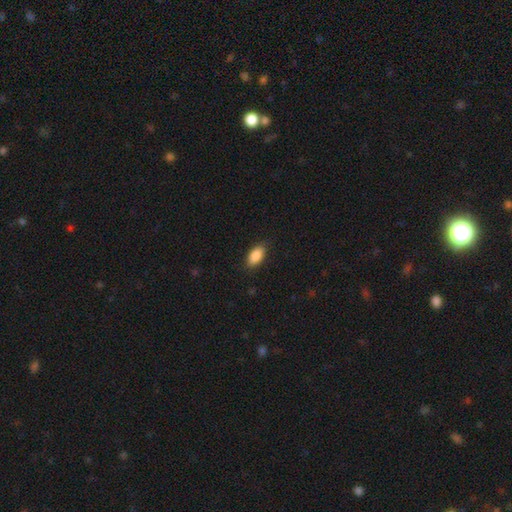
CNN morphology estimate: This appears to be a smooth galaxy with no disk features (88%) that is in between round and cigar-shaped (92%). Merging: none (86%).